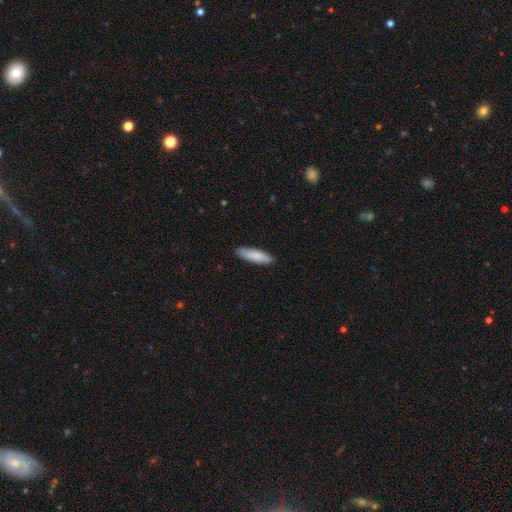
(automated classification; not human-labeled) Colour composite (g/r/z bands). It shows a smooth galaxy with no disk features (85%) that is cigar-shaped (55%). Merging: none (87%).